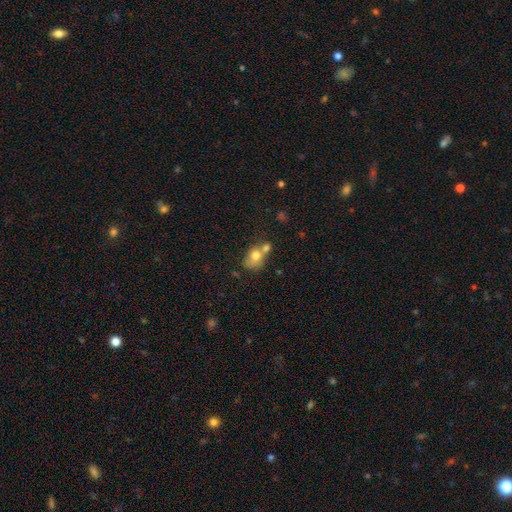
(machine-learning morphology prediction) Overall: smooth (72%). How rounded: in between (51%; round 48%). Merging: merger (51%; none 30%).